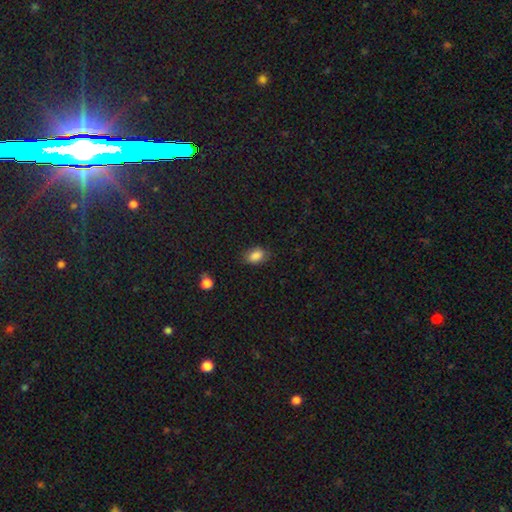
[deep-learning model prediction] Smooth or featured? smooth (85%)
How rounded? in between (83%)
Merging? none (76%)